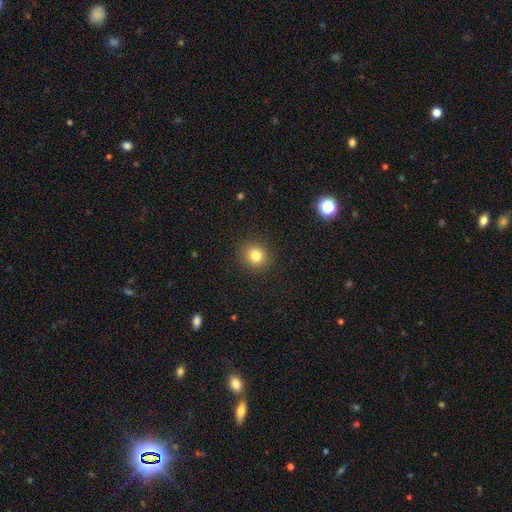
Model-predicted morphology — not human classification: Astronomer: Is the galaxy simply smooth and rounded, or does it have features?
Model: smooth — 81%.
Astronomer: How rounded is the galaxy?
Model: round — 88%.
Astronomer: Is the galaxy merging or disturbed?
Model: none — 90%.